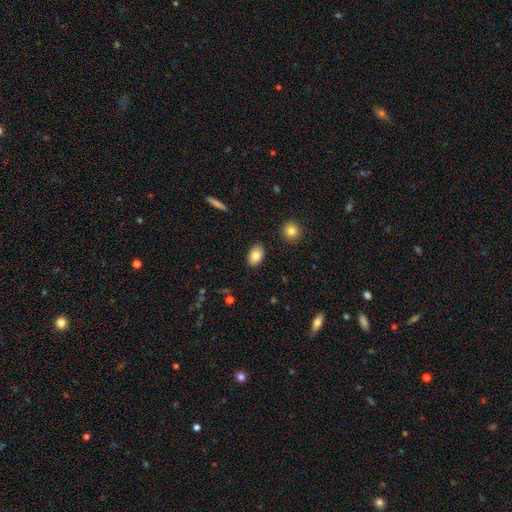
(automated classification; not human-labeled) Smooth or featured: smooth — 84% (featured or disk — 8%)
How rounded: in between — 90% (round — 9%)
Merging: none — 87% (minor disturbance — 9%)